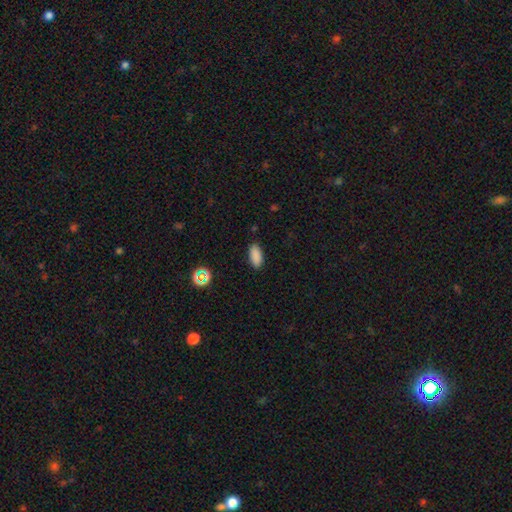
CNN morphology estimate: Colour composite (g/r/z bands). It shows a smooth galaxy with no disk features (86%) that is in between round and cigar-shaped (87%). Merging: none (87%).